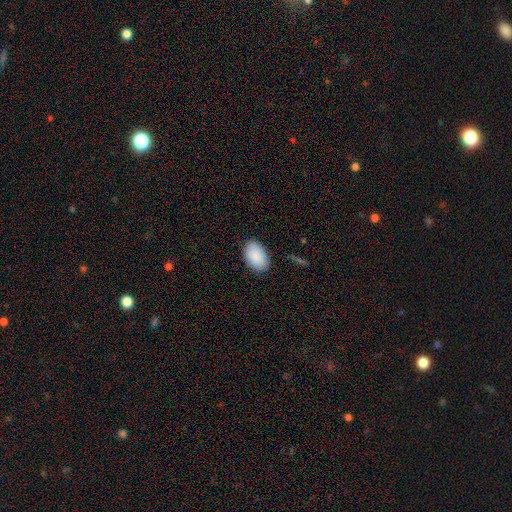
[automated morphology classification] Smooth or featured? smooth (90%)
How rounded? in between (92%)
Merging? none (86%)